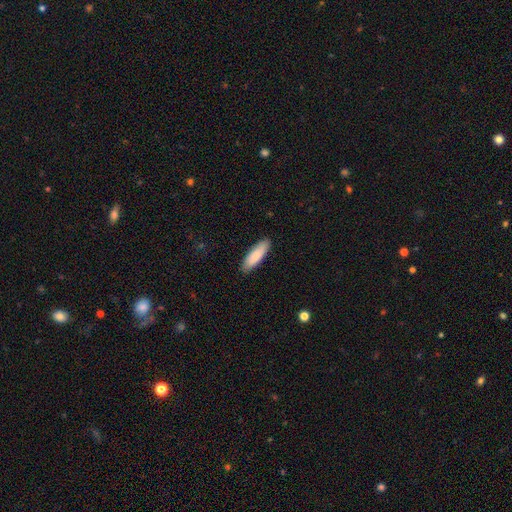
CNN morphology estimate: Q: Smooth or featured?
A: smooth (84%); runner-up: featured or disk (10%)
Q: How rounded?
A: in between (50%); runner-up: cigar-shaped (48%)
Q: Merging?
A: none (88%); runner-up: minor disturbance (10%)